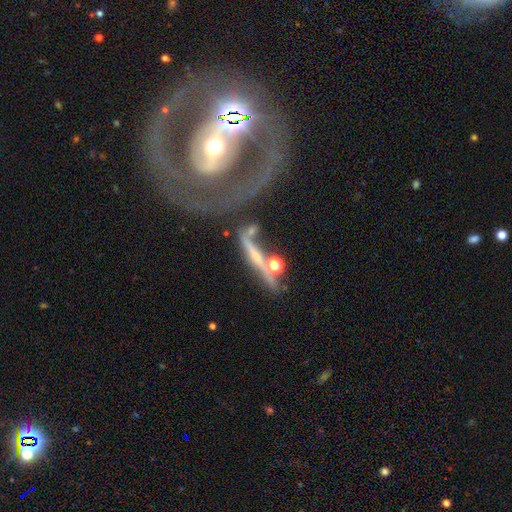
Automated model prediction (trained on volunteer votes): smooth-or-featured: featured or disk: 63% | smooth: 26% | star or artifact: 10%
  disk-edge-on: yes: 59% | no: 41%
  merging: none: 37% | merger: 28% | major disturbance: 19% | minor disturbance: 16%